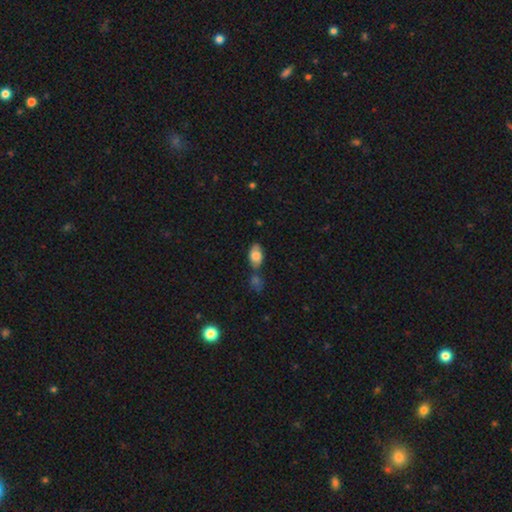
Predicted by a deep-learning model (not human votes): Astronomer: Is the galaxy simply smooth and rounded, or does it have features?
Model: smooth — 71%.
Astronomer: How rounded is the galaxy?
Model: in between — 90%.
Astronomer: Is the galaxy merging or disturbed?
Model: none — 56%.